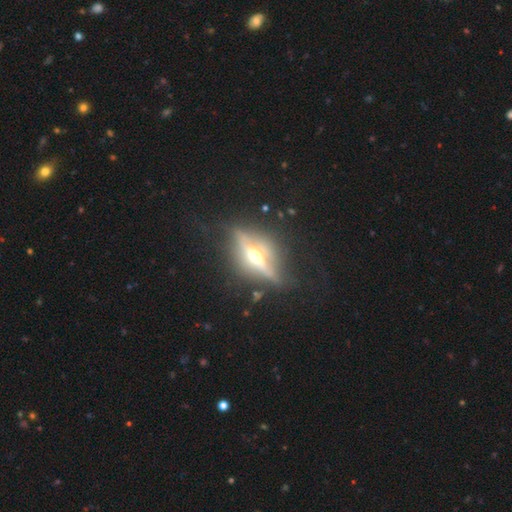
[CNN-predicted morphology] Smooth or featured? featured or disk (82%)
Edge-on disk? yes (89%)
Edge-on bulge? rounded (93%)
Merging? none (74%)